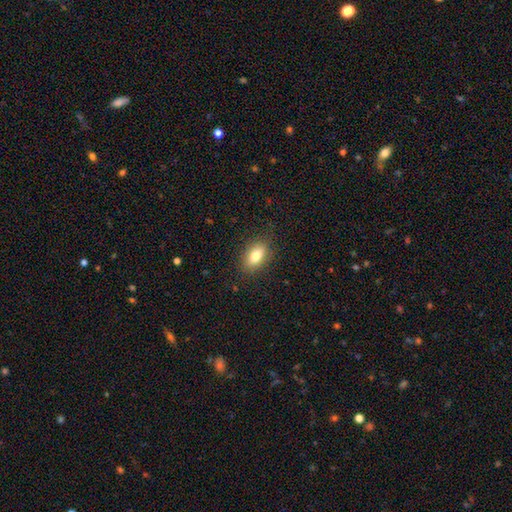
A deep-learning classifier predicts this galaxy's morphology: Smooth or featured? Predicted: smooth (p=0.80). How rounded? Predicted: in between (p=0.87). Merging? Predicted: none (p=0.86).